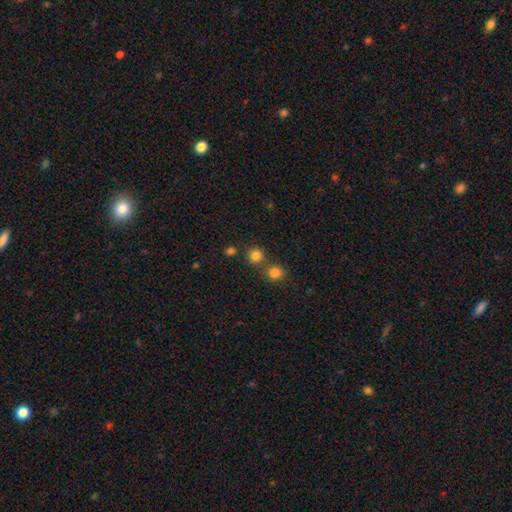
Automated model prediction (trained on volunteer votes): smooth 80%, star or artifact 15%, featured or disk 5%. Down the decision tree: how rounded — round (89%); merging — none (64%).